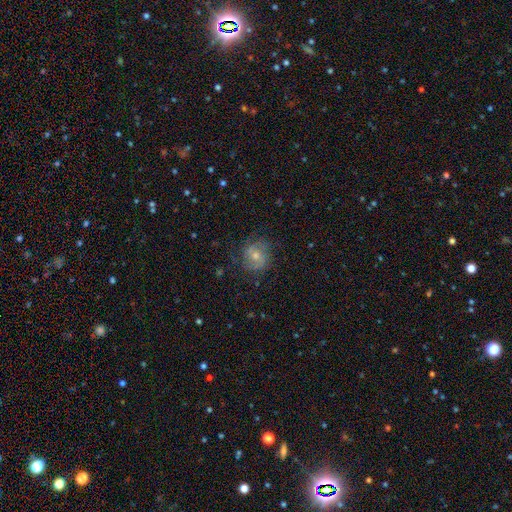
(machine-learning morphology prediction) Smooth or featured? featured or disk (56%)
Edge-on disk? no (97%)
Bar? no (58%)
Spiral arms? yes (84%)
Bulge size? moderate (53%)
Merging? none (76%)